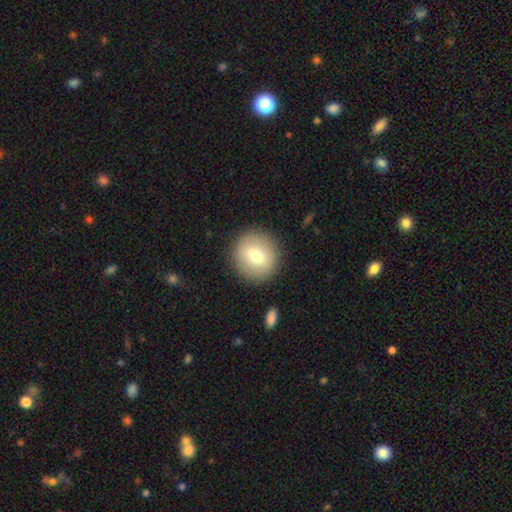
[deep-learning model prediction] smooth 72%, featured or disk 19%, star or artifact 8%. Down the decision tree: how rounded — round (91%); merging — none (89%).